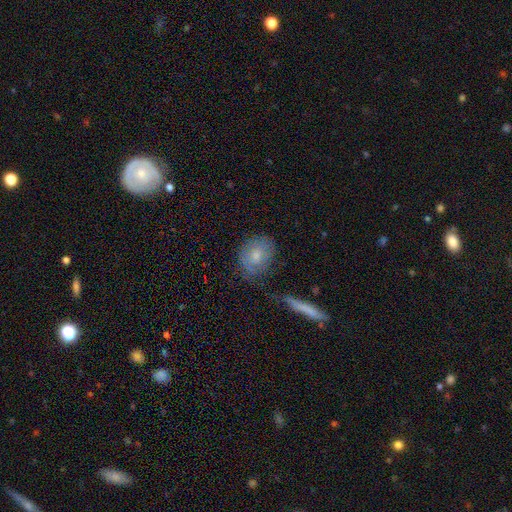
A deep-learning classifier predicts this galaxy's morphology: Overall: smooth (64%; featured or disk 28%). How rounded: in between (52%; round 45%). Merging: none (68%).